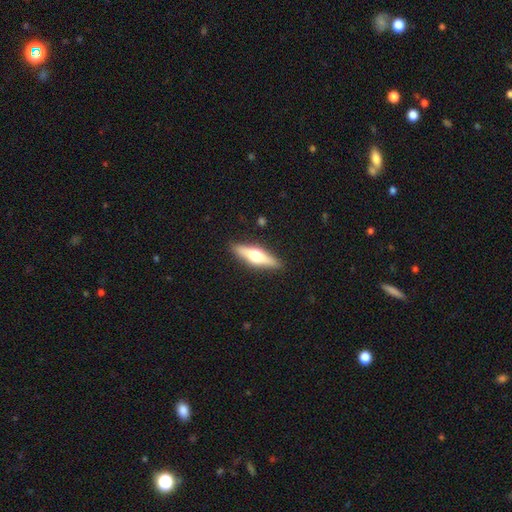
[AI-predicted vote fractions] Smooth or featured? featured or disk (54%)
Edge-on disk? yes (94%)
Edge-on bulge? rounded (93%)
Merging? none (89%)